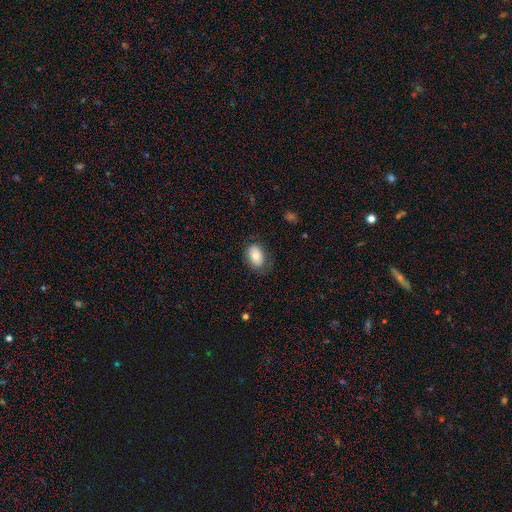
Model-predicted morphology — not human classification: smooth 76%, featured or disk 16%, star or artifact 8%. Down the decision tree: how rounded — in between (87%); merging — none (75%).